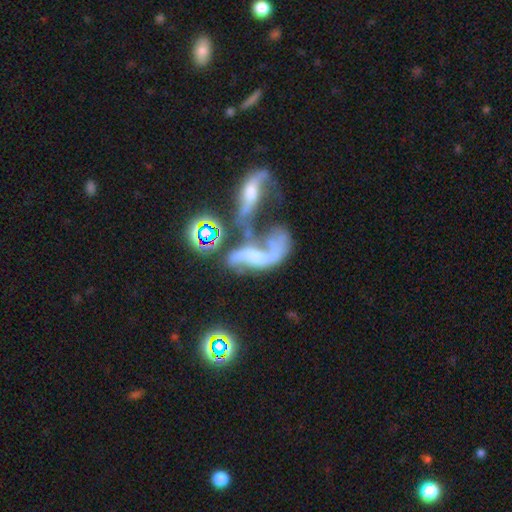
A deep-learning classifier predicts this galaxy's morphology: Smooth or featured? Predicted: featured or disk (p=0.68). Edge-on disk? Predicted: no (p=0.91). Bar? Predicted: no (p=0.48). Spiral arms? Predicted: yes (p=0.75). Bulge size? Predicted: none (p=0.34). Merging? Predicted: merger (p=0.65).